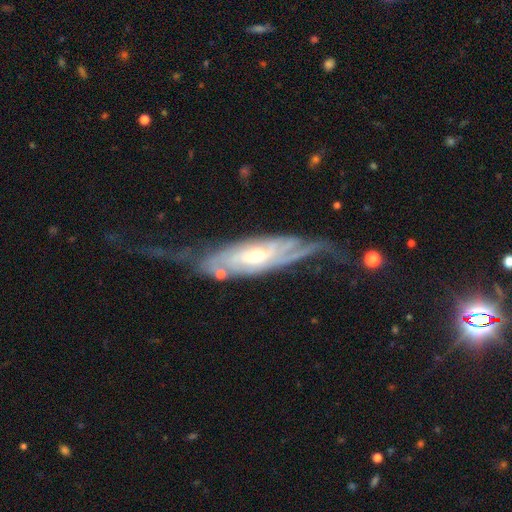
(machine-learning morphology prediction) This appears to be a featured or disk galaxy (86%) with no bar (54%), tight (57%) spiral arms (93%) and a moderate central bulge (57%). Merging: none (48%).